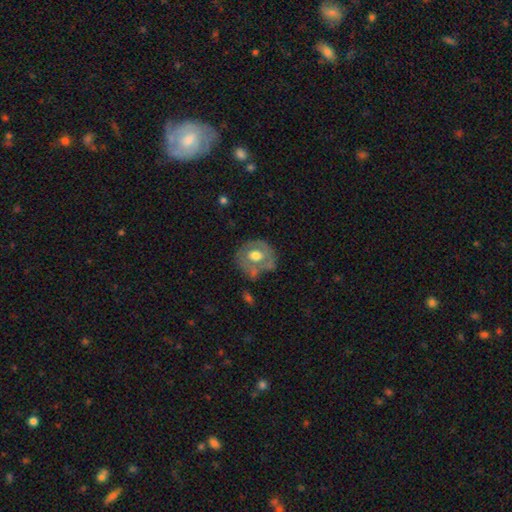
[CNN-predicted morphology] A featured or disk galaxy (53%) with no bar (80%), no spiral arms (73%) and a moderate central bulge (59%).

Vote fractions:
- Smooth or featured? featured or disk: 53% / smooth: 41% / star or artifact: 6%
- Edge-on disk? no: 95% / yes: 5%
- Bar? no: 80% / weak: 16% / strong: 4%
- Spiral arms? no: 73% / yes: 27%
- Bulge size? moderate: 59% / large: 33% / small: 5% / dominant: 2% / none: 2%
- Merging? none: 54% / minor disturbance: 25% / major disturbance: 13% / merger: 8%